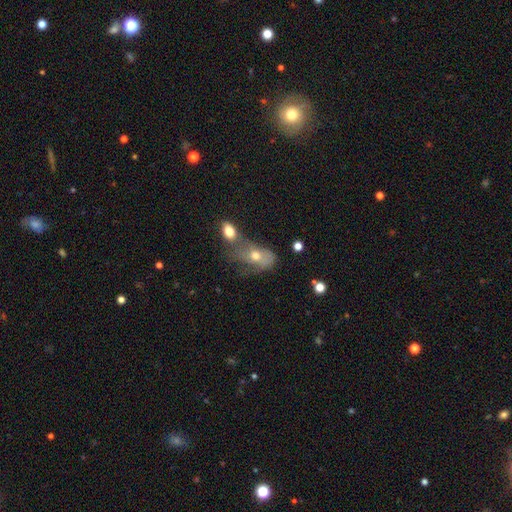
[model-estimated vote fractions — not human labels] smooth_or_featured: smooth (p=0.54) [alt: featured or disk p=0.34]
how_rounded: in between (p=0.80) [alt: round p=0.16]
merging: merger (p=0.40) [alt: major disturbance p=0.23]